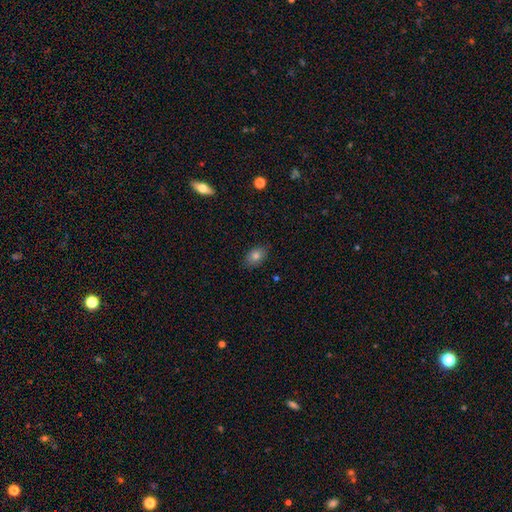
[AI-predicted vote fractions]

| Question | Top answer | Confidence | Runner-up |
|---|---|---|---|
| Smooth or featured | smooth | 79% | star or artifact (11%) |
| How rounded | in between | 82% | round (17%) |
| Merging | none | 84% | minor disturbance (12%) |